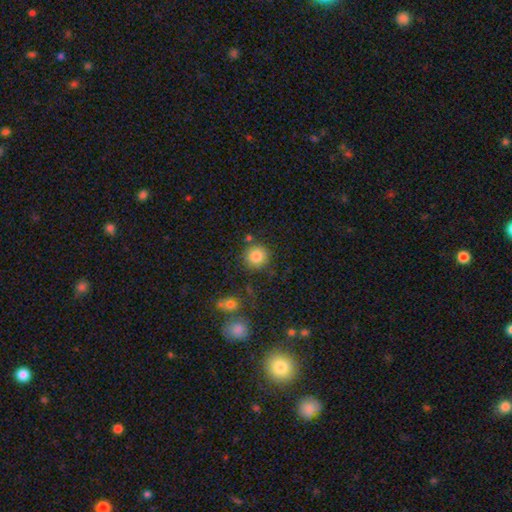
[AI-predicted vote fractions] Smooth or featured: smooth — 84% (star or artifact — 10%)
How rounded: round — 93% (in between — 6%)
Merging: none — 81% (minor disturbance — 10%)